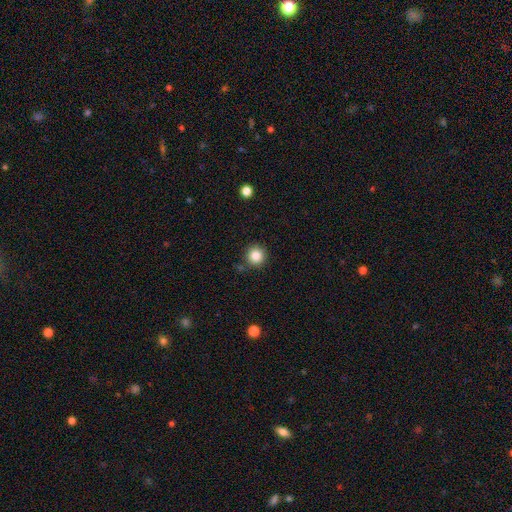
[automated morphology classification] Smooth or featured? smooth (84%)
How rounded? round (94%)
Merging? none (86%)